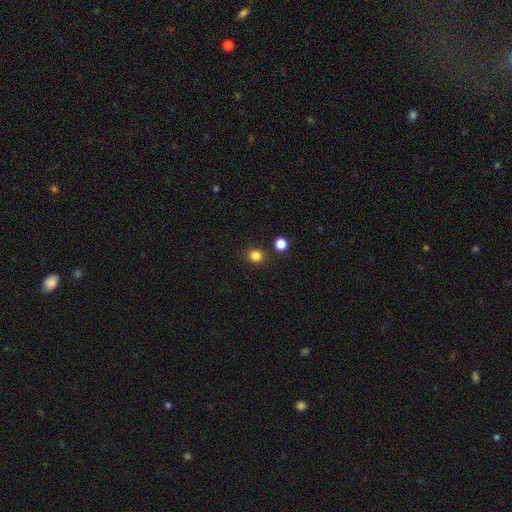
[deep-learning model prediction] Smooth or featured? smooth (83%)
How rounded? round (82%)
Merging? none (87%)